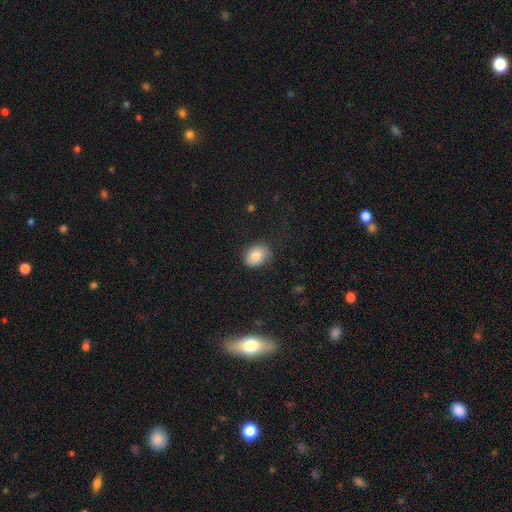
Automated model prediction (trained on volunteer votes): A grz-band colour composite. It shows a smooth galaxy with no disk features (82%) that is in between round and cigar-shaped (64%). Merging: none (75%).